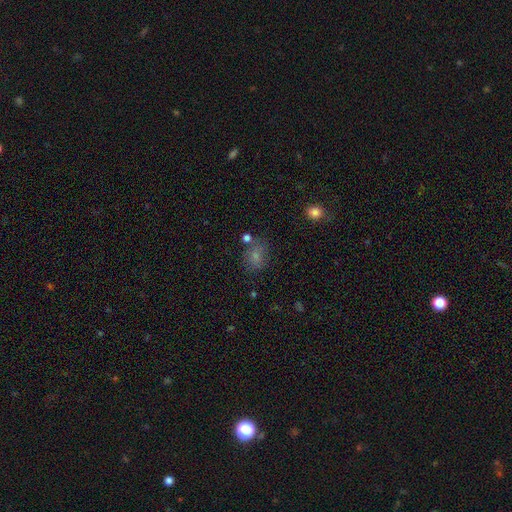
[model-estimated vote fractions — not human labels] smooth 71%, star or artifact 17%, featured or disk 11%. Down the decision tree: how rounded — in between (60%); merging — none (67%).